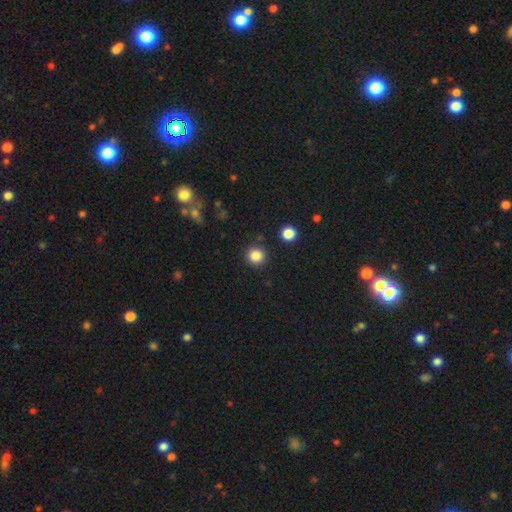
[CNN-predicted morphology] smooth-or-featured: smooth: 86% | star or artifact: 11% | featured or disk: 3%
  how-rounded: round: 93% | in between: 6% | cigar-shaped: 1%
  merging: none: 89% | minor disturbance: 6% | merger: 2% | major disturbance: 2%